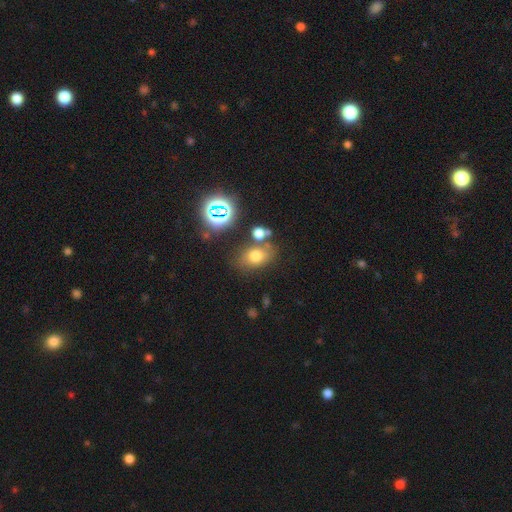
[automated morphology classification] The model was most divided on "how rounded": in between: 68%, round: 30%, cigar-shaped: 1%. More confident: smooth or featured — smooth (67%); merging — none (66%).